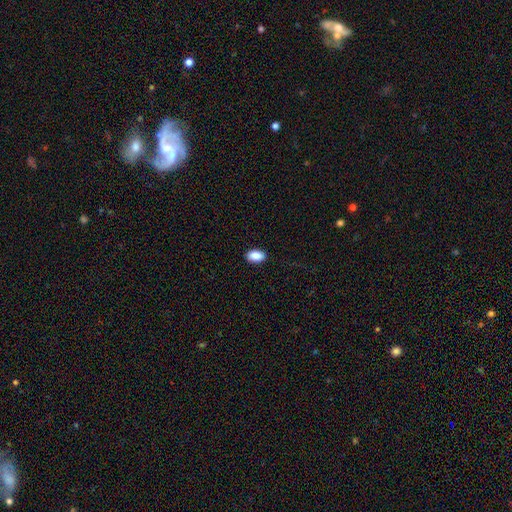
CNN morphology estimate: A smooth galaxy with no disk features (90%) that is in between round and cigar-shaped (92%).

Vote fractions:
- Smooth or featured? smooth: 90% / star or artifact: 7% / featured or disk: 3%
- How rounded? in between: 92% / round: 6% / cigar-shaped: 2%
- Merging? none: 89% / minor disturbance: 8% / major disturbance: 2% / merger: 1%